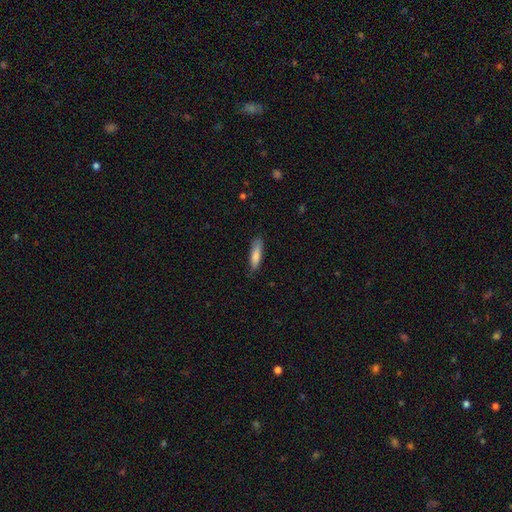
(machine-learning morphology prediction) Smooth or featured? Predicted: smooth (p=0.81). How rounded? Predicted: cigar-shaped (p=0.65). Merging? Predicted: none (p=0.76).